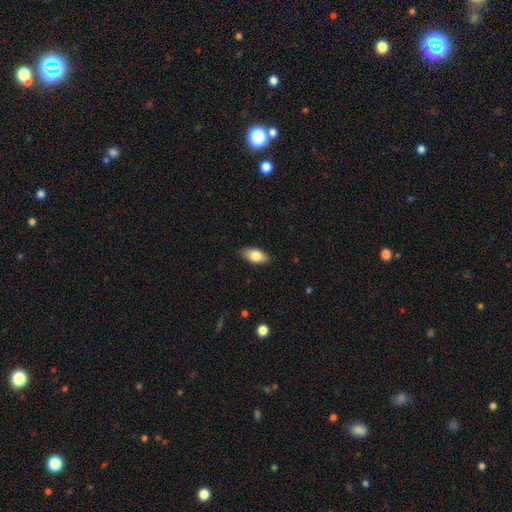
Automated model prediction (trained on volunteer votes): This is clearly a smooth galaxy (81%). How rounded: clearly in between (90%). Merging: clearly none (87%).